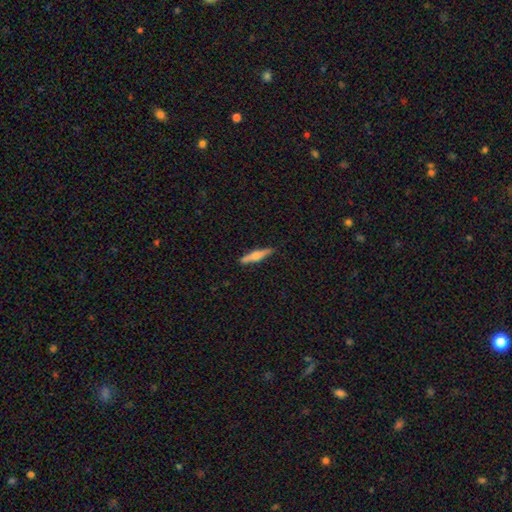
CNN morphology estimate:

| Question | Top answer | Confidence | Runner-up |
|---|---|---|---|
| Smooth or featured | featured or disk | 48% | smooth (46%) |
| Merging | none | 88% | minor disturbance (9%) |